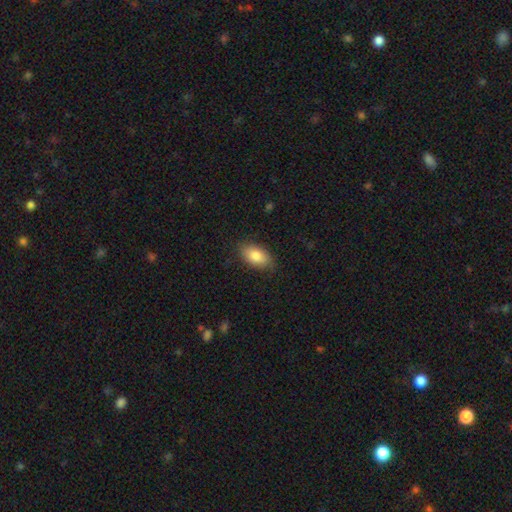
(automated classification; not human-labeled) smooth 83%, featured or disk 10%, star or artifact 7%. Down the decision tree: how rounded — in between (92%); merging — none (83%).